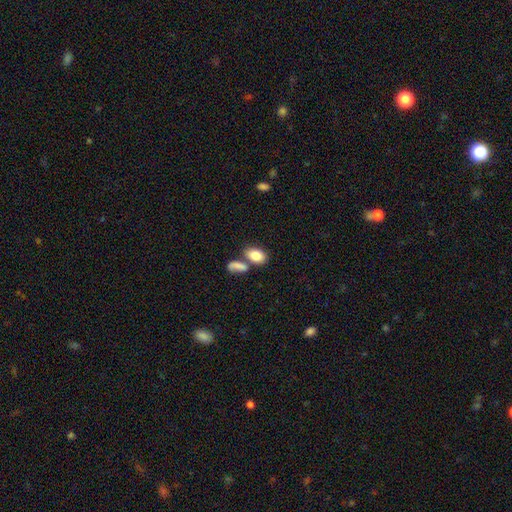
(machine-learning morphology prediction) Smooth or featured: smooth — 83% (featured or disk — 10%)
How rounded: in between — 86% (round — 11%)
Merging: none — 49% (merger — 33%)